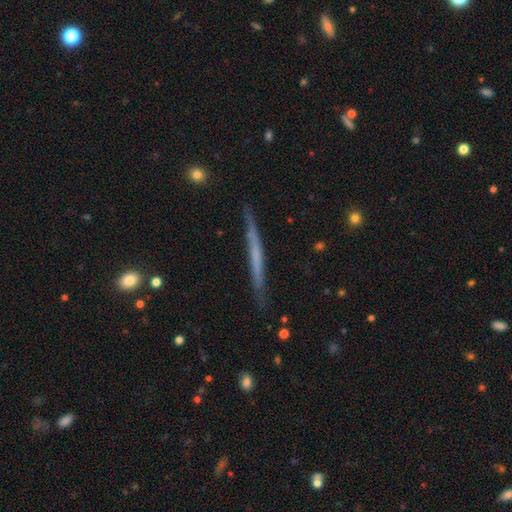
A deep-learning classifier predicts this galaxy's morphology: Smooth or featured? featured or disk (53%)
Edge-on disk? yes (96%)
Edge-on bulge? none (87%)
Merging? none (85%)